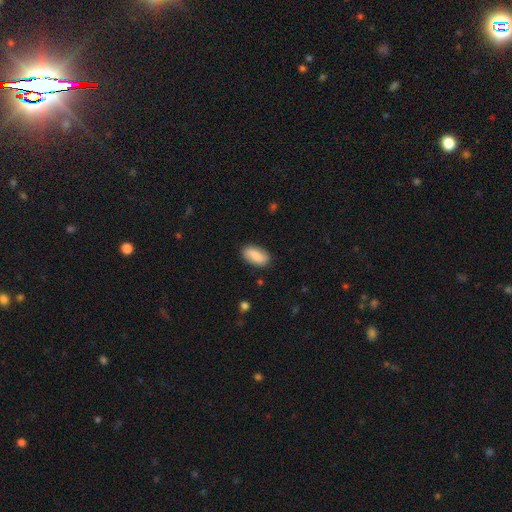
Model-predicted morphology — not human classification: Smooth or featured? Predicted: smooth (p=0.81). How rounded? Predicted: in between (p=0.92). Merging? Predicted: none (p=0.85).